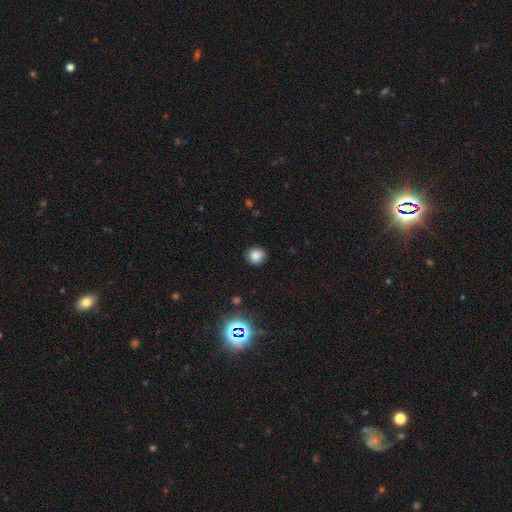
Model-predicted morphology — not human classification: This appears to be a smooth galaxy with no disk features (82%) that is round (88%). Merging: none (87%).